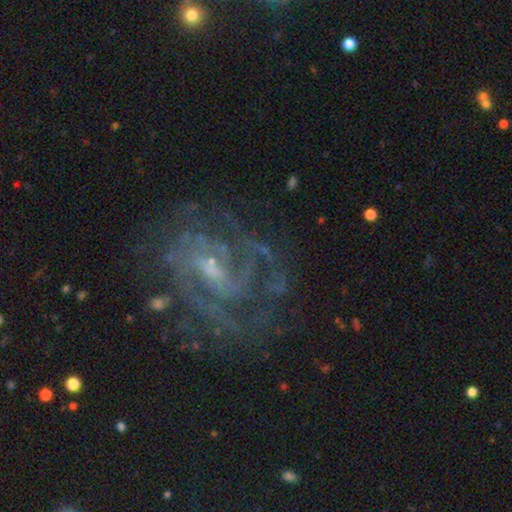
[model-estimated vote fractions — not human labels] Overall: featured or disk (85%). Edge-on disk: no (97%). Bar: weak (55%; no 28%). Spiral arms: yes (92%). Spiral arm count: 2 (35%; can't tell 30%). Spiral winding: tight (48%; medium 42%). Bulge size: small (56%; moderate 29%). Merging: none (70%).